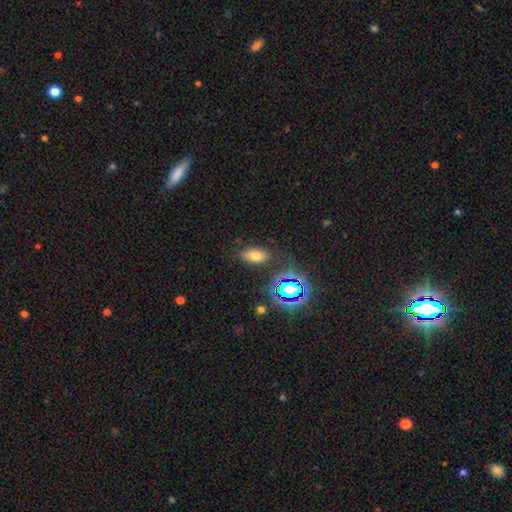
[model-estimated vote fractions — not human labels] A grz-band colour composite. It shows a smooth galaxy with no disk features (67%) that is in between round and cigar-shaped (86%). Merging: none (83%).